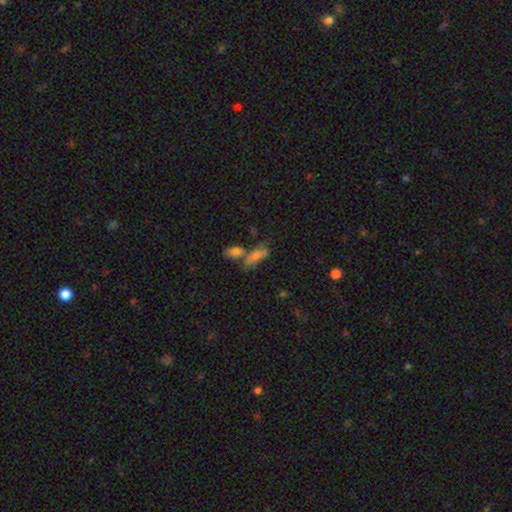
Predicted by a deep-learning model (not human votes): The model was most divided on "merging": none: 41%, merger: 40%, minor disturbance: 13%, major disturbance: 7%. More confident: smooth or featured — smooth (65%); how rounded — in between (58%).